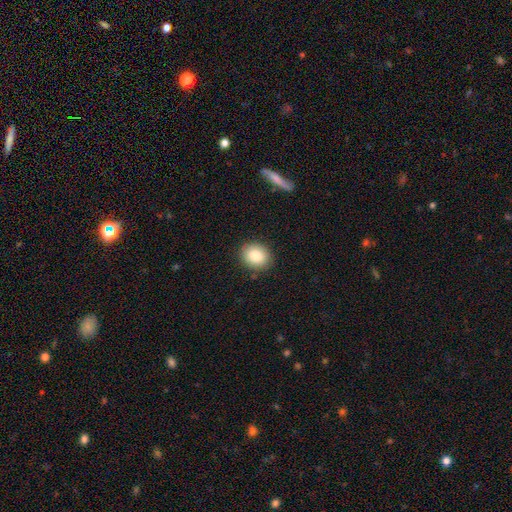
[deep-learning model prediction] Overall: smooth (83%). How rounded: round (66%; in between 33%). Merging: none (88%).